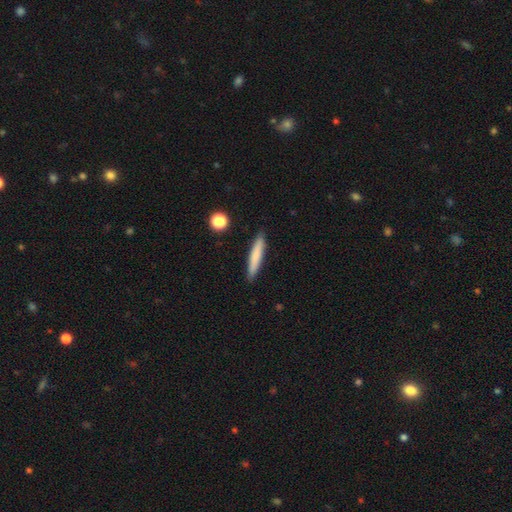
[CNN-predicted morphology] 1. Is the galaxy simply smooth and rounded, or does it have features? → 76% smooth, 18% featured or disk, 6% star or artifact.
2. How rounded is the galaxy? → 92% cigar-shaped, 6% in between, 1% round.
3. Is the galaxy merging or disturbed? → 89% none, 8% minor disturbance, 2% major disturbance, 1% merger.